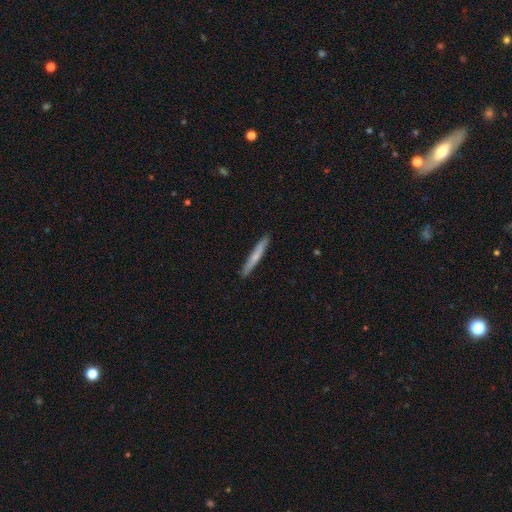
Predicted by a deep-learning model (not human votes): Overall: smooth (58%; featured or disk 36%). How rounded: cigar-shaped (96%). Merging: none (91%).